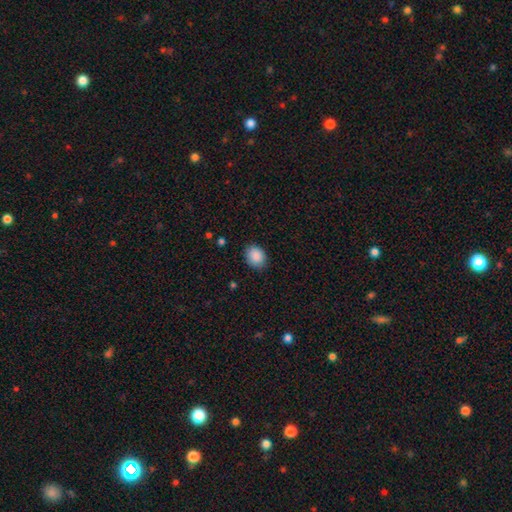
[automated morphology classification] Smooth or featured?
  - smooth: 89% *
  - star or artifact: 8%
  - featured or disk: 3%
How rounded?
  - in between: 53% *
  - round: 47%
  - cigar-shaped: 1%
Merging?
  - none: 85% *
  - minor disturbance: 11%
  - major disturbance: 3%
  - merger: 1%